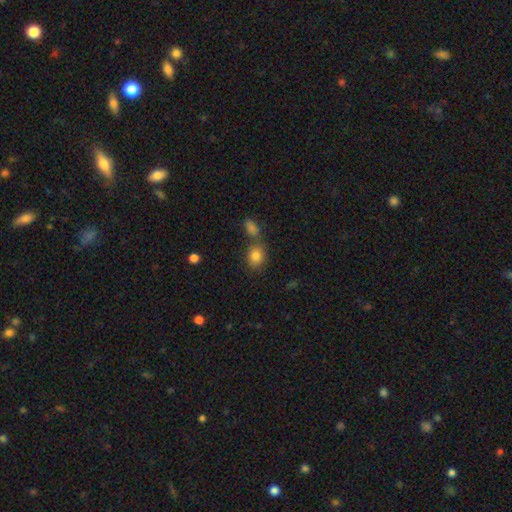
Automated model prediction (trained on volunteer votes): smooth_or_featured: smooth (p=0.82) [alt: star or artifact p=0.10]
how_rounded: in between (p=0.50) [alt: round p=0.48]
merging: none (p=0.58) [alt: merger p=0.27]